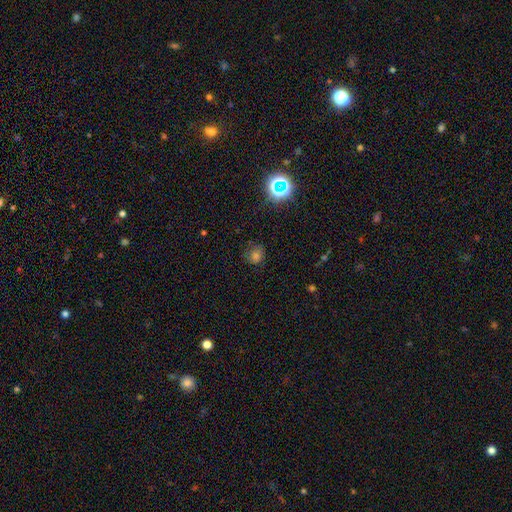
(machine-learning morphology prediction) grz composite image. It shows a smooth galaxy with no disk features (60%) that is round (78%). Merging: none (78%).